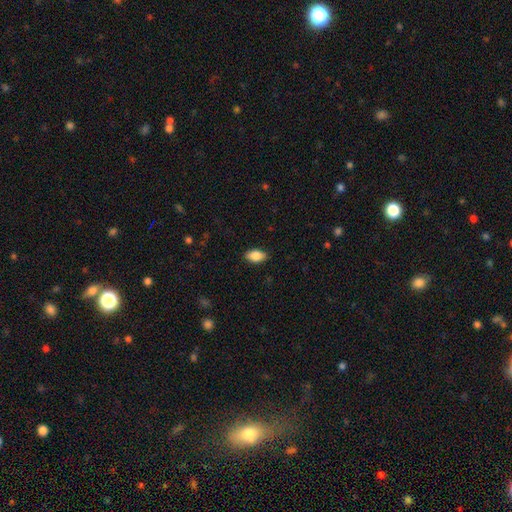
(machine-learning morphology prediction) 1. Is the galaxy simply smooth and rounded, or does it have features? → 85% smooth, 8% featured or disk, 7% star or artifact.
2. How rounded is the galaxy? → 92% in between, 5% round, 3% cigar-shaped.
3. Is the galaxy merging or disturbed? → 87% none, 10% minor disturbance, 2% major disturbance, 1% merger.